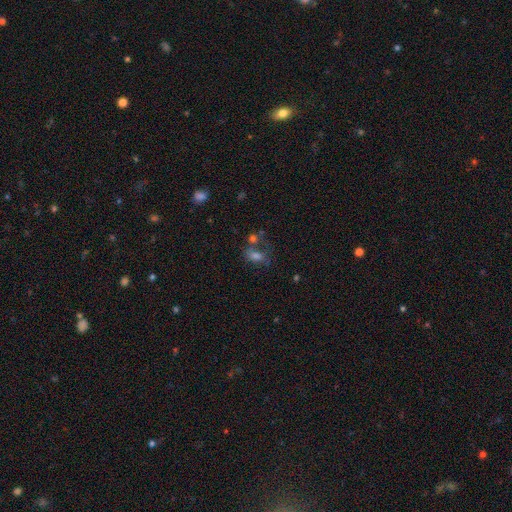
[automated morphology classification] smooth-or-featured: smooth: 57% | star or artifact: 23% | featured or disk: 20%
  how-rounded: in between: 73% | round: 23% | cigar-shaped: 4%
  merging: none: 42% | merger: 28% | minor disturbance: 15% | major disturbance: 14%